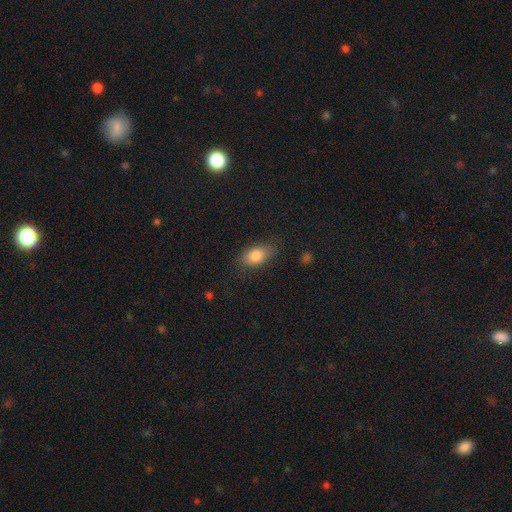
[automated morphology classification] Smooth or featured? Predicted: smooth (p=0.82). How rounded? Predicted: in between (p=0.86). Merging? Predicted: none (p=0.79).